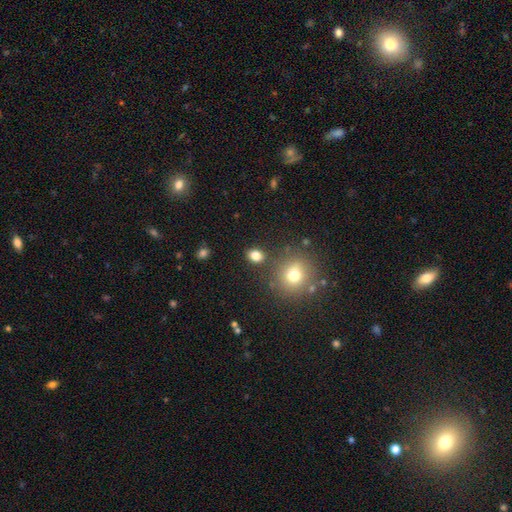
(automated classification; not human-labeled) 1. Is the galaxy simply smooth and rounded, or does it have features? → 81% smooth, 13% star or artifact, 5% featured or disk.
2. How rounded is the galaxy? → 50% in between, 48% round, 1% cigar-shaped.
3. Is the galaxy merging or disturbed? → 83% none, 9% minor disturbance, 5% merger, 3% major disturbance.